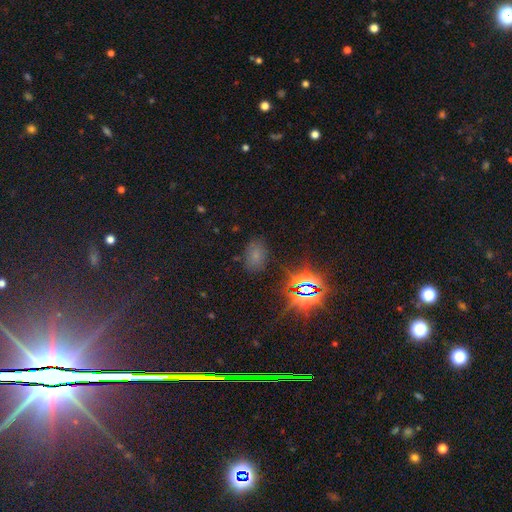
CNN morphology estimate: Q: Smooth or featured?
A: smooth (52%); runner-up: star or artifact (39%)
Q: How rounded?
A: in between (80%); runner-up: round (18%)
Q: Merging?
A: none (78%); runner-up: minor disturbance (15%)